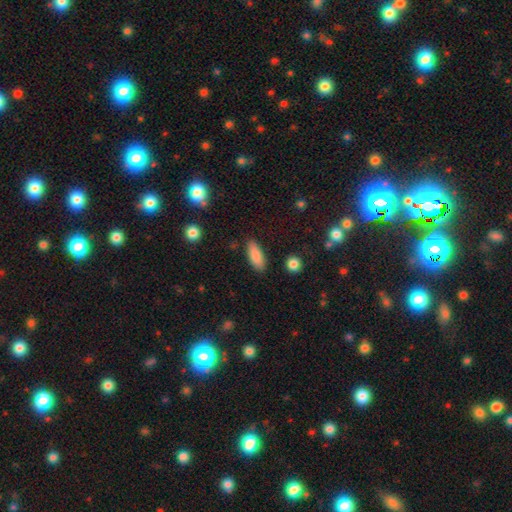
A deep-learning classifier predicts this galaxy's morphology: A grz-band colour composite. It shows a smooth galaxy with no disk features (86%) that is in between round and cigar-shaped (72%). Merging: none (86%).